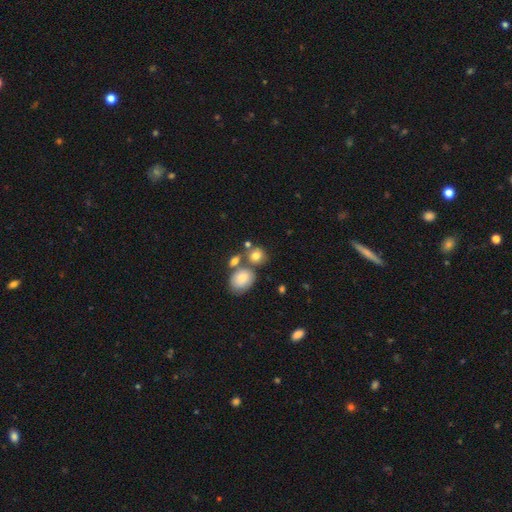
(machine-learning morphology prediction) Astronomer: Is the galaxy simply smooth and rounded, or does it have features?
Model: smooth — 78%.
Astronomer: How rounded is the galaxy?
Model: round — 68%.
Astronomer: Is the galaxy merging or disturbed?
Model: none — 52% (runner-up: merger, 31%).